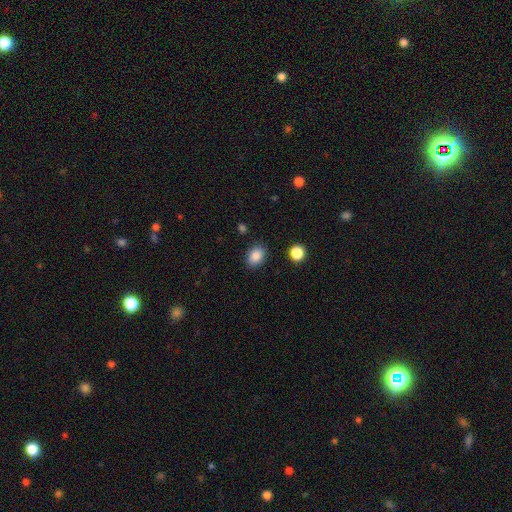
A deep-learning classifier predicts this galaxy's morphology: type=smooth (87%); roundness=in between (70%); merging=none (85%).